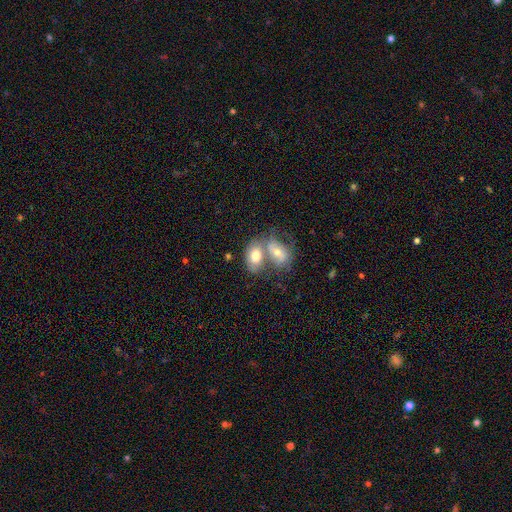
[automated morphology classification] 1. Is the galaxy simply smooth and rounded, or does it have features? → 66% smooth, 27% featured or disk, 6% star or artifact.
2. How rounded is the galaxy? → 87% in between, 11% round, 2% cigar-shaped.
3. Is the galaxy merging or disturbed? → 66% merger, 21% none, 8% minor disturbance, 4% major disturbance.